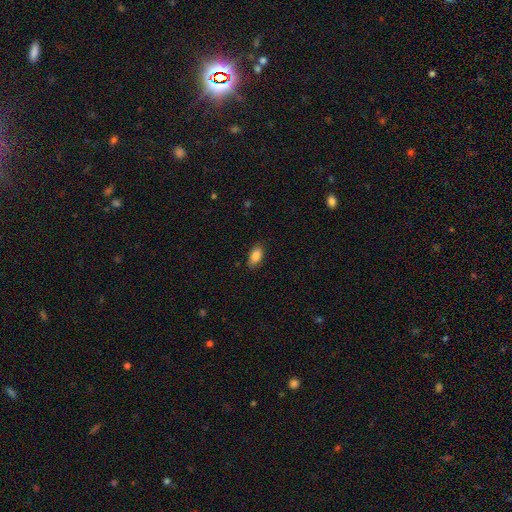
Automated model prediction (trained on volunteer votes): Smooth or featured: smooth — 85% (featured or disk — 8%)
How rounded: in between — 92% (round — 4%)
Merging: none — 86% (minor disturbance — 11%)